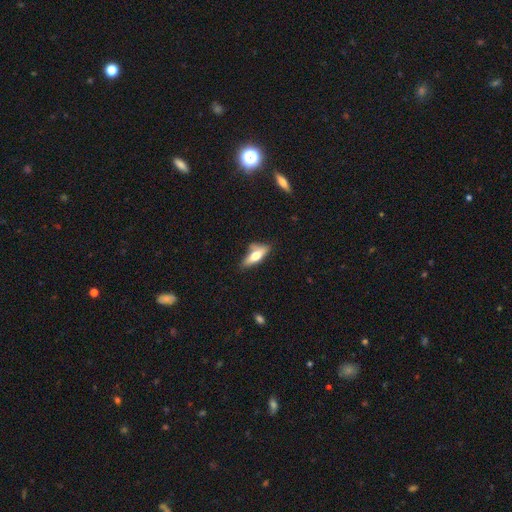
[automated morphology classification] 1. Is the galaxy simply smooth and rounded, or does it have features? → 56% smooth, 37% featured or disk, 7% star or artifact.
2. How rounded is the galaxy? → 58% in between, 39% cigar-shaped, 3% round.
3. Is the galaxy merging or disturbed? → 60% none, 23% minor disturbance, 8% major disturbance, 8% merger.